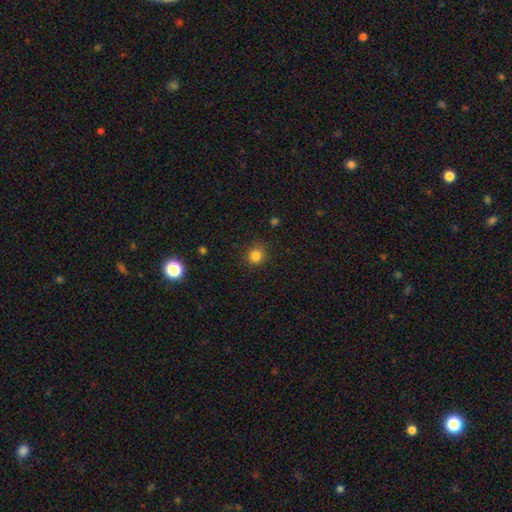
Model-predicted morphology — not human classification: smooth 83%, star or artifact 13%, featured or disk 4%. Down the decision tree: how rounded — round (91%); merging — none (88%).